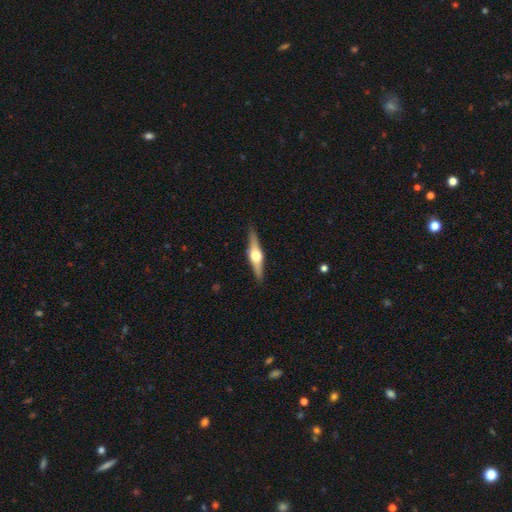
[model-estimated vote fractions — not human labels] This appears to be a featured or disk galaxy (74%) viewed edge-on (97%) with a rounded central bulge (95%). Merging: none (89%).